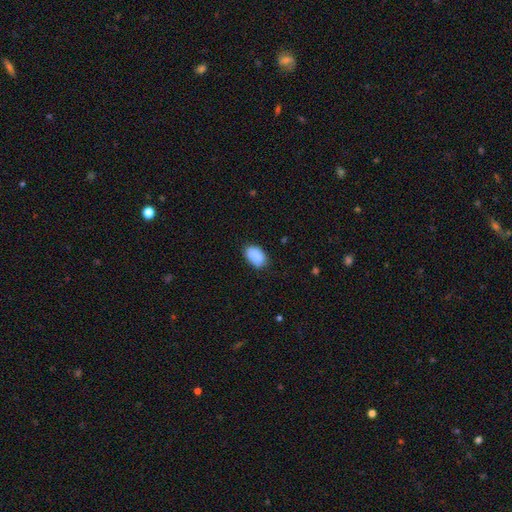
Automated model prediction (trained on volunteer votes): smooth-or-featured: smooth: 89% | star or artifact: 7% | featured or disk: 4%
  how-rounded: in between: 90% | round: 8% | cigar-shaped: 1%
  merging: none: 77% | minor disturbance: 18% | major disturbance: 3% | merger: 1%